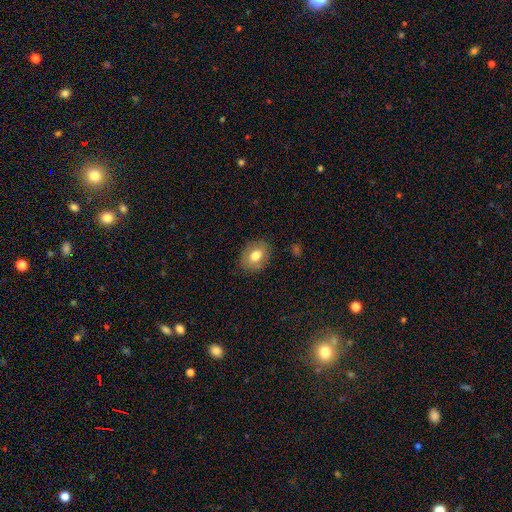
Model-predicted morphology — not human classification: smooth-or-featured: smooth: 76% | featured or disk: 16% | star or artifact: 8%
  how-rounded: in between: 64% | round: 35% | cigar-shaped: 1%
  merging: none: 85% | minor disturbance: 11% | major disturbance: 3% | merger: 1%